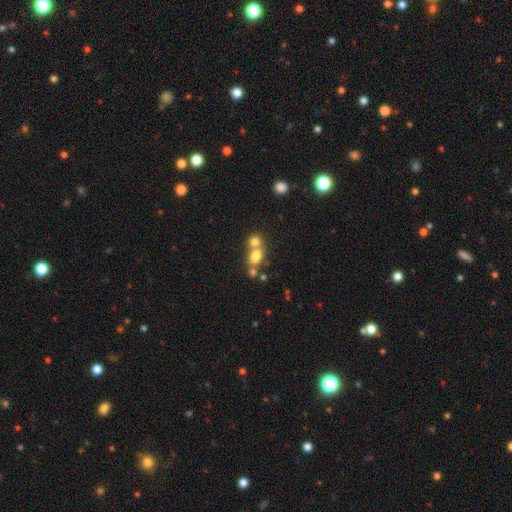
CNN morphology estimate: Q: Smooth or featured?
A: smooth (73%); runner-up: featured or disk (15%)
Q: How rounded?
A: round (61%); runner-up: in between (37%)
Q: Merging?
A: merger (58%); runner-up: none (32%)